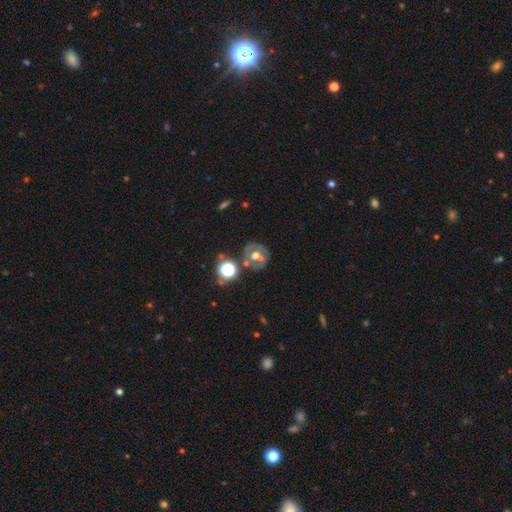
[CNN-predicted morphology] Q: Smooth or featured?
A: featured or disk (55%); runner-up: smooth (32%)
Q: Edge-on disk?
A: no (96%); runner-up: yes (4%)
Q: Bar?
A: no (65%); runner-up: weak (24%)
Q: Spiral arms?
A: no (65%); runner-up: yes (35%)
Q: Bulge size?
A: moderate (71%); runner-up: large (14%)
Q: Merging?
A: none (64%); runner-up: merger (17%)